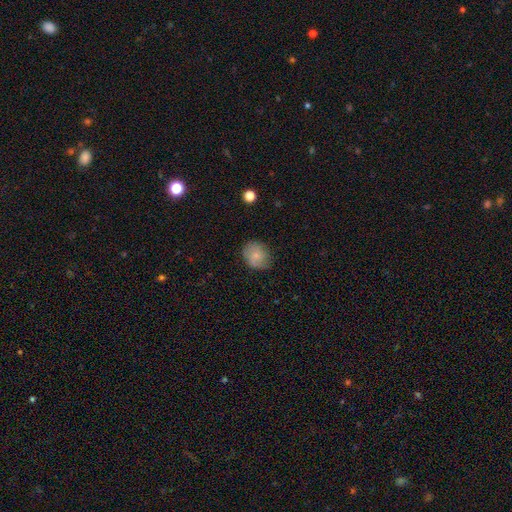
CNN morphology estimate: This appears to be a smooth galaxy with no disk features (75%) that is round (66%). Merging: none (69%).